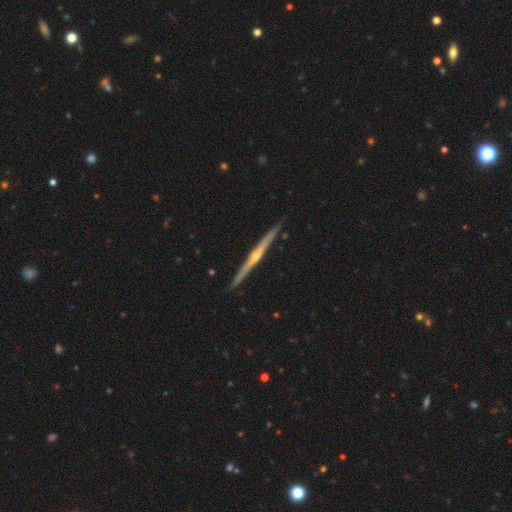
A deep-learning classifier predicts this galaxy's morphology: Smooth or featured: featured or disk — 84% (smooth — 11%)
Edge-on disk: yes — 99% (no — 1%)
Edge-on bulge: rounded — 82% (none — 14%)
Merging: none — 92% (minor disturbance — 6%)